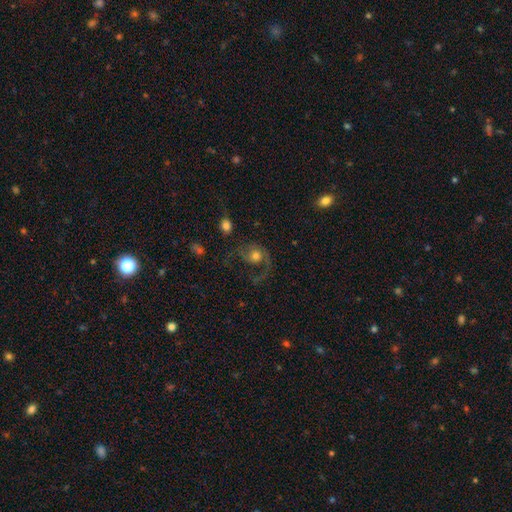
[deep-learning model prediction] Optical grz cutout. It shows a featured or disk galaxy (60%) with no bar (78%), spiral arms (84%) and a moderate central bulge (61%). Merging: major disturbance (41%).